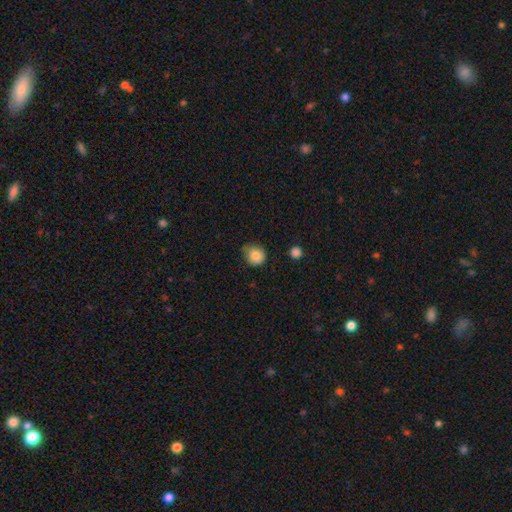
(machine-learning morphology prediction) Smooth or featured? smooth (85%)
How rounded? round (84%)
Merging? none (66%)